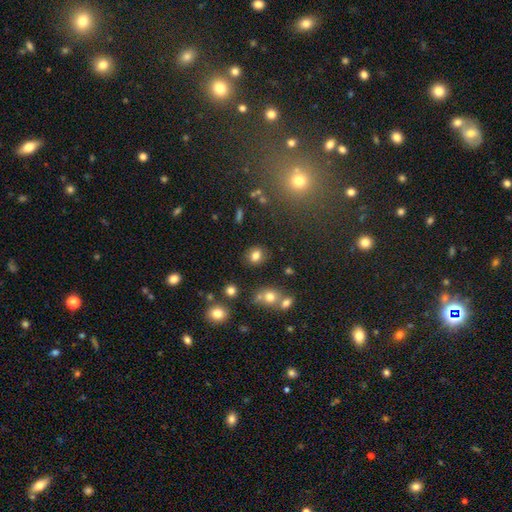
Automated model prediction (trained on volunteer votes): A smooth galaxy with no disk features (78%) that is round (61%).

Vote fractions:
- Smooth or featured? smooth: 78% / star or artifact: 14% / featured or disk: 8%
- How rounded? round: 61% / in between: 37% / cigar-shaped: 1%
- Merging? none: 82% / minor disturbance: 10% / merger: 5% / major disturbance: 3%